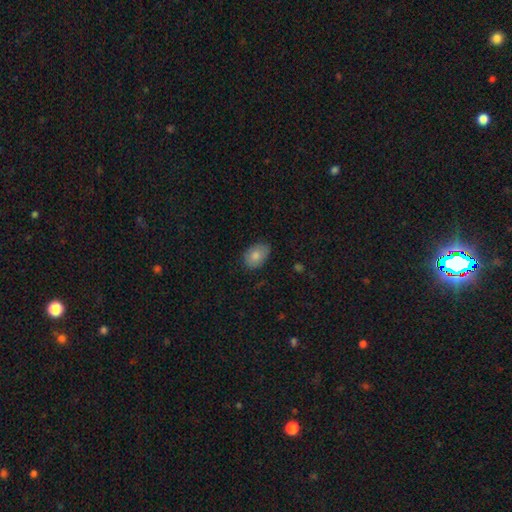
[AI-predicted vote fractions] Smooth or featured?
  - smooth: 82% *
  - featured or disk: 11%
  - star or artifact: 7%
How rounded?
  - in between: 80% *
  - round: 19%
  - cigar-shaped: 1%
Merging?
  - none: 75% *
  - minor disturbance: 20%
  - major disturbance: 3%
  - merger: 1%